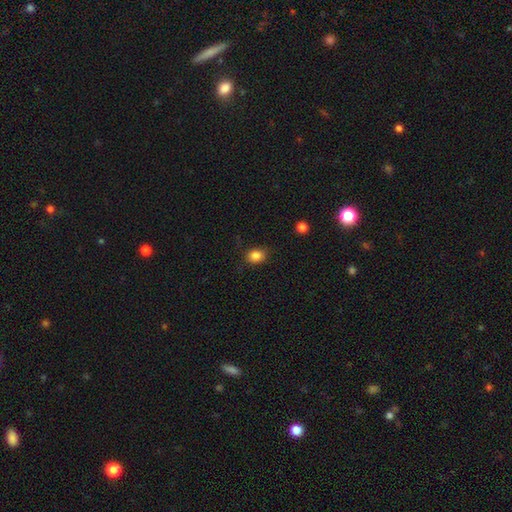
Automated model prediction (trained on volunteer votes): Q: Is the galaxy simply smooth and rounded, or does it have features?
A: smooth — 84%.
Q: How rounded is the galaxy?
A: round — 55%.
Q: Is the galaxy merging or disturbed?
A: none — 82%.